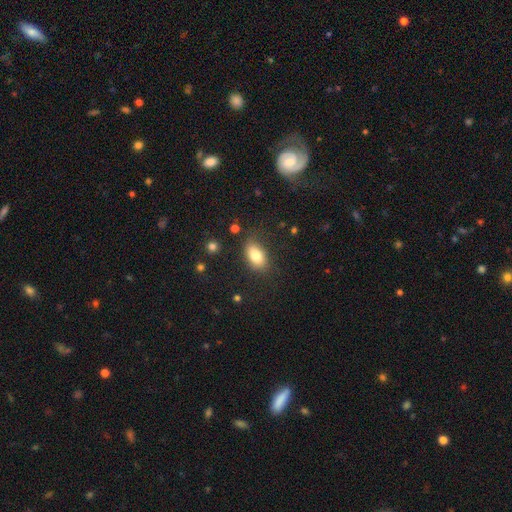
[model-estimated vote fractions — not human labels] Smooth or featured? Predicted: smooth (p=0.80). How rounded? Predicted: in between (p=0.90). Merging? Predicted: none (p=0.74).